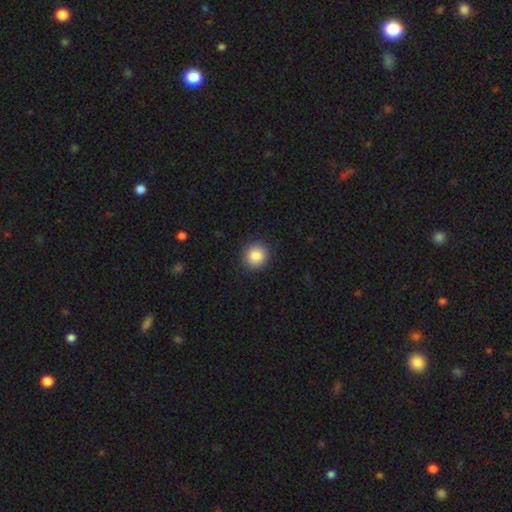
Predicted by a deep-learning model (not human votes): smooth_or_featured: smooth (p=0.87) [alt: star or artifact p=0.09]
how_rounded: round (p=0.89) [alt: in between p=0.10]
merging: none (p=0.90) [alt: minor disturbance p=0.07]